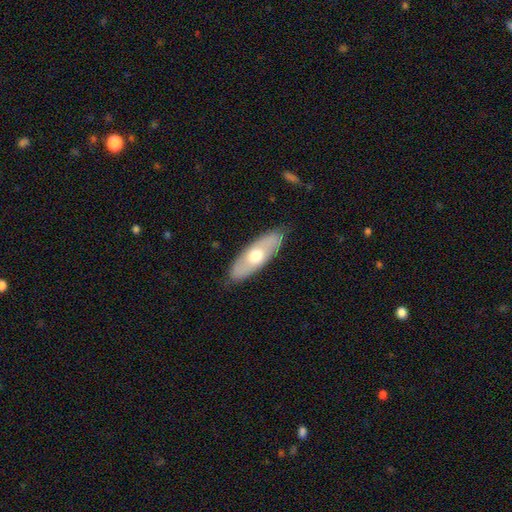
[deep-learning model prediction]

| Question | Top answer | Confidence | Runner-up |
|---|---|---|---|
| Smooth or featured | smooth | 56% | featured or disk (38%) |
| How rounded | in between | 67% | cigar-shaped (31%) |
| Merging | none | 83% | minor disturbance (13%) |